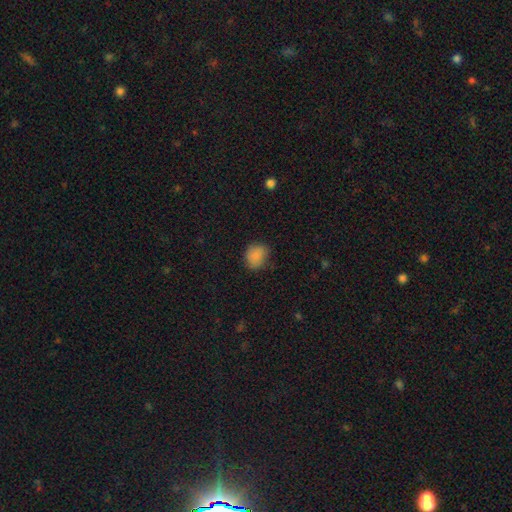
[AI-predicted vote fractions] Smooth or featured?
  - smooth: 84% *
  - star or artifact: 10%
  - featured or disk: 6%
How rounded?
  - round: 59% *
  - in between: 40%
  - cigar-shaped: 1%
Merging?
  - none: 71% *
  - minor disturbance: 22%
  - major disturbance: 5%
  - merger: 1%